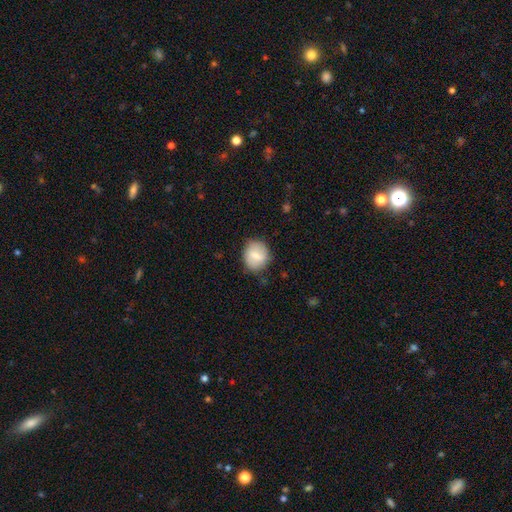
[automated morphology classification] Q: Smooth or featured?
A: smooth (74%); runner-up: featured or disk (19%)
Q: How rounded?
A: round (74%); runner-up: in between (25%)
Q: Merging?
A: none (79%); runner-up: minor disturbance (16%)